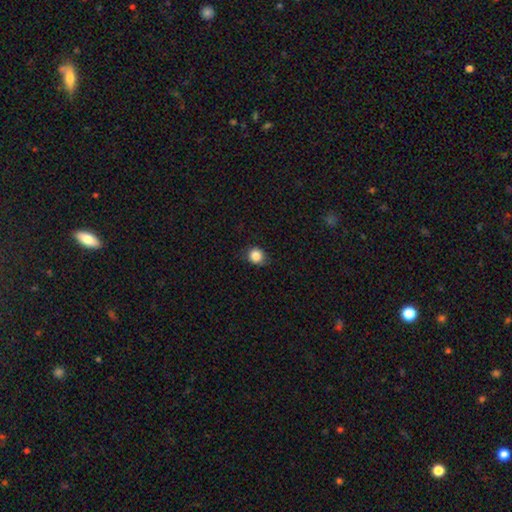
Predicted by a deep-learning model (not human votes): smooth 86%, star or artifact 10%, featured or disk 4%. Down the decision tree: how rounded — round (79%); merging — none (78%).